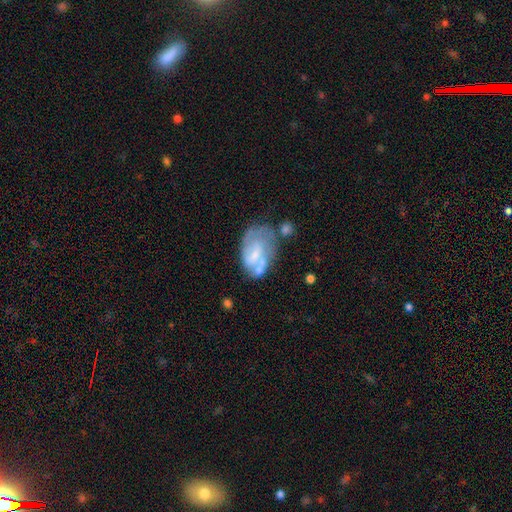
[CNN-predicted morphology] Smooth or featured: featured or disk — 62% (smooth — 31%)
Edge-on disk: no — 96% (yes — 4%)
Bar: weak — 45% (no — 41%)
Spiral arms: yes — 64% (no — 36%)
Bulge size: small — 50% (moderate — 26%)
Merging: none — 35% (minor disturbance — 27%)